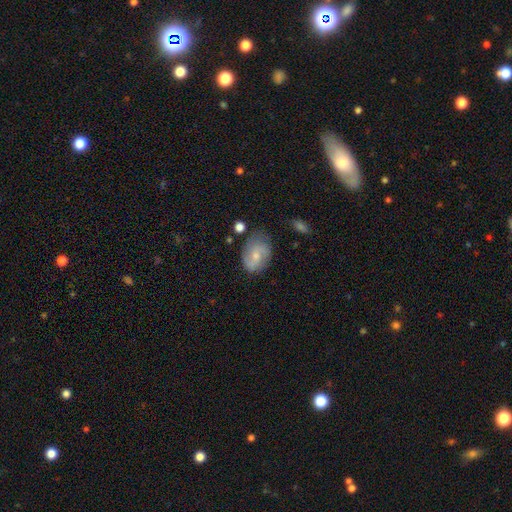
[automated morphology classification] Smooth or featured? featured or disk (49%)
Merging? none (63%)